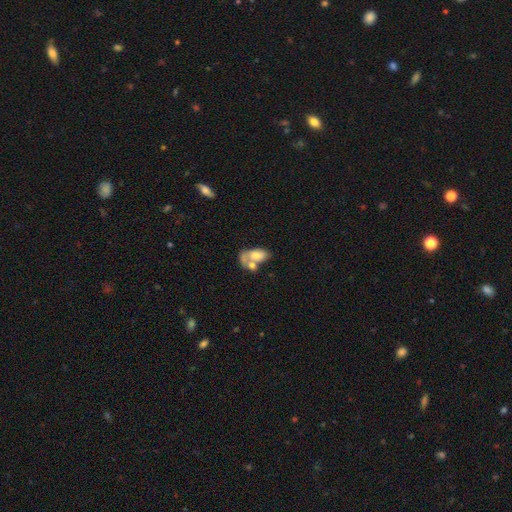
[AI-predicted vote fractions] smooth 61%, featured or disk 31%, star or artifact 8%. Down the decision tree: how rounded — in between (91%); merging — merger (54%).